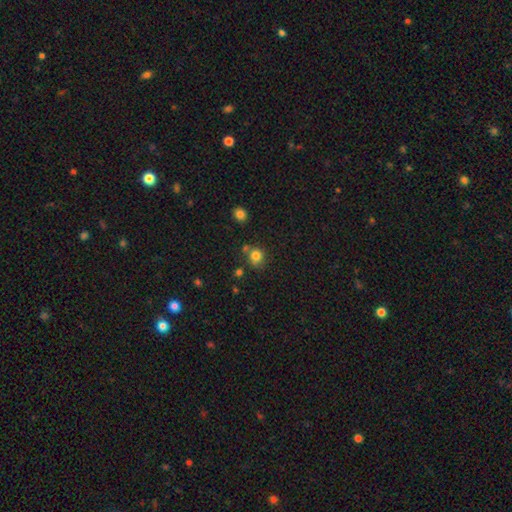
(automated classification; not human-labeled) Morphology: type=smooth (80%); roundness=round (83%); merging=none (67%).